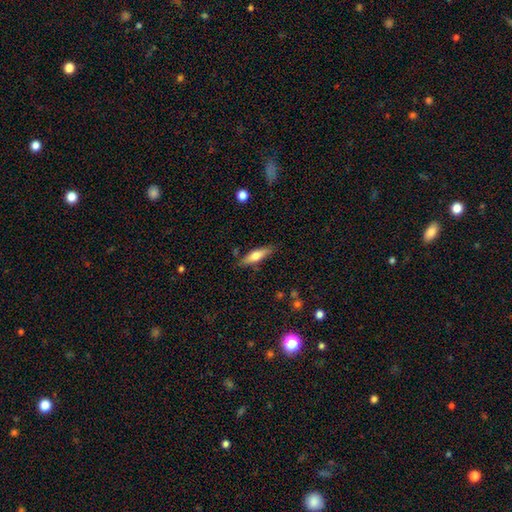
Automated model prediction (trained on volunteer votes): This is likely a smooth galaxy (61%). How rounded: likely cigar-shaped (64%). Merging: clearly none (82%).